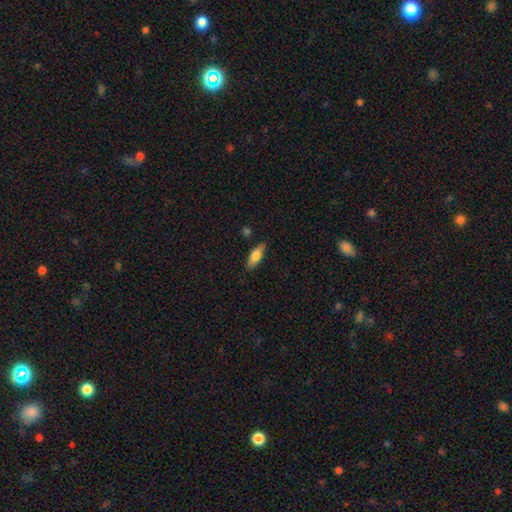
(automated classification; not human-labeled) Smooth or featured? Predicted: smooth (p=0.68). How rounded? Predicted: in between (p=0.58). Merging? Predicted: none (p=0.83).